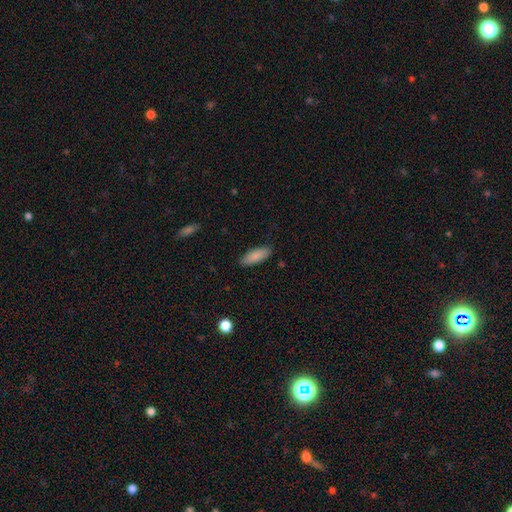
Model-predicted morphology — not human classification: This appears to be a smooth galaxy with no disk features (87%) that is in between round and cigar-shaped (72%). Merging: none (87%).